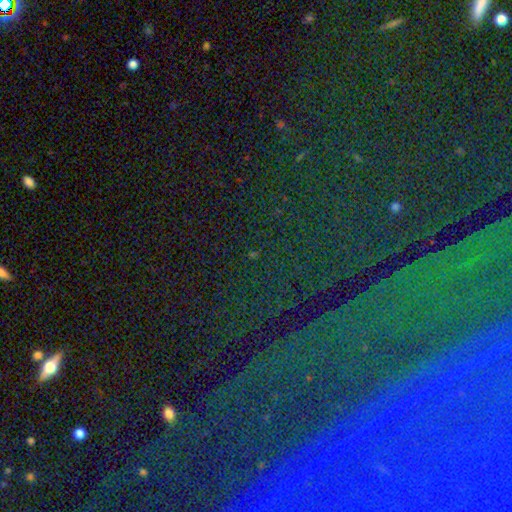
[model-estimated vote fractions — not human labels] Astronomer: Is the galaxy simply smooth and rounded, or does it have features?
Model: star or artifact — 78%.